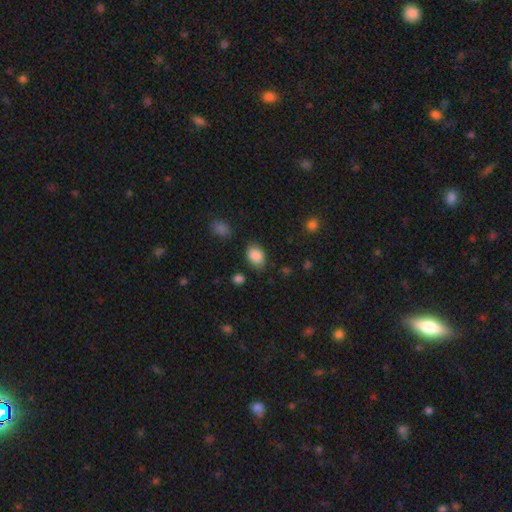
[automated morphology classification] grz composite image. It shows a smooth galaxy with no disk features (87%) that is in between round and cigar-shaped (78%). Merging: none (76%).